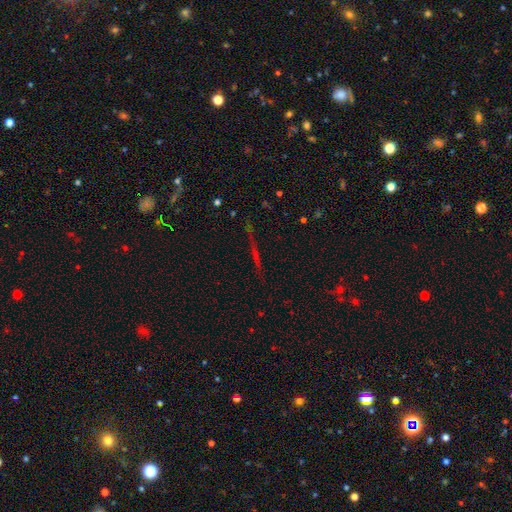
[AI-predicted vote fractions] A star or artifact, not a galaxy (51%).